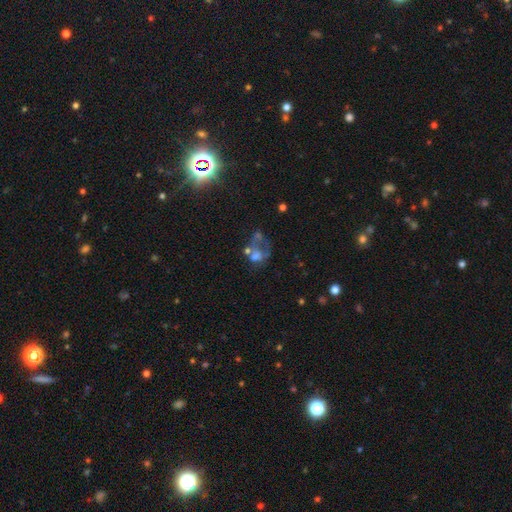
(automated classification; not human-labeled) Smooth or featured? featured or disk (43%)
Merging? major disturbance (35%)